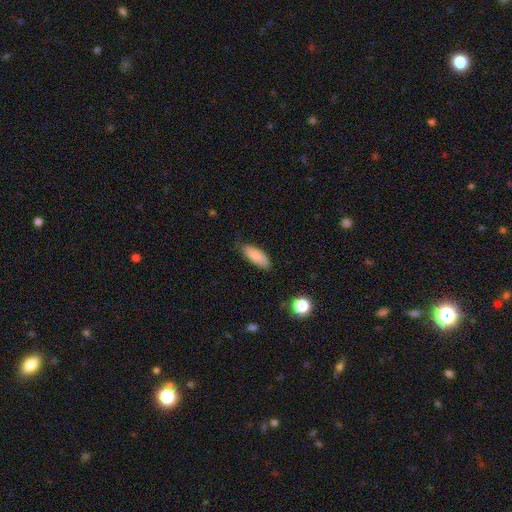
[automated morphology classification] Overall: smooth (82%). How rounded: in between (74%). Merging: none (76%).